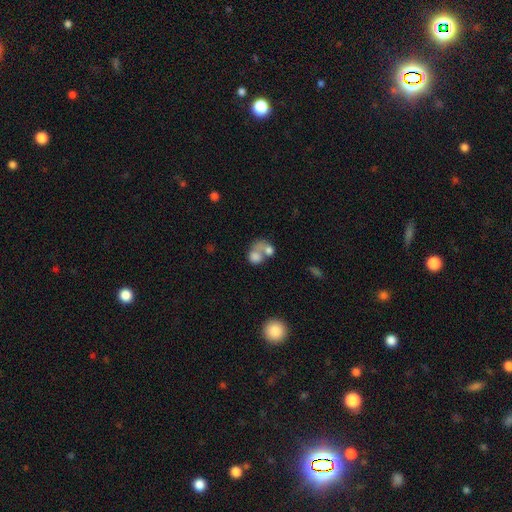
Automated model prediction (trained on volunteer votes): Smooth or featured?
  - smooth: 72% *
  - featured or disk: 18%
  - star or artifact: 10%
How rounded?
  - round: 54% *
  - in between: 44%
  - cigar-shaped: 1%
Merging?
  - merger: 63% *
  - none: 19%
  - major disturbance: 10%
  - minor disturbance: 8%